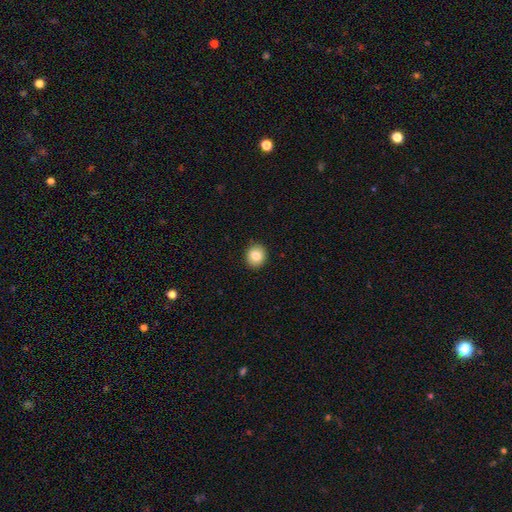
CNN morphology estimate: This appears to be a smooth galaxy with no disk features (84%) that is round (76%). Merging: none (91%).